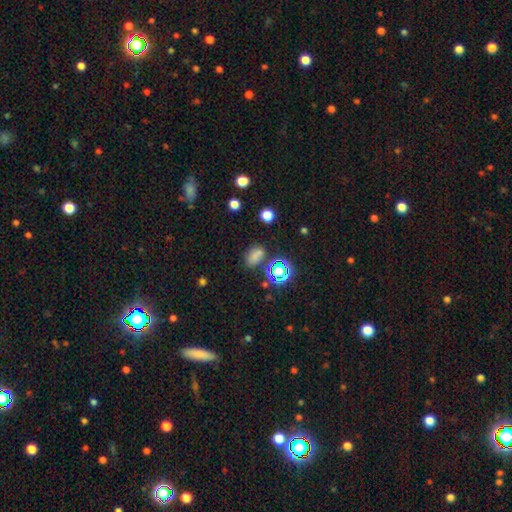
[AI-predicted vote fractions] Smooth or featured? smooth (63%)
How rounded? in between (75%)
Merging? none (66%)